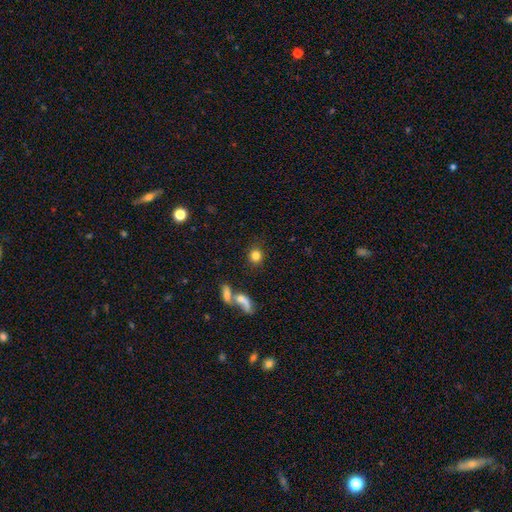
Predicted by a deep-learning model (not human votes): Smooth or featured?
  - smooth: 82% *
  - star or artifact: 10%
  - featured or disk: 8%
How rounded?
  - round: 84% *
  - in between: 14%
  - cigar-shaped: 2%
Merging?
  - none: 79% *
  - merger: 8%
  - minor disturbance: 8%
  - major disturbance: 5%